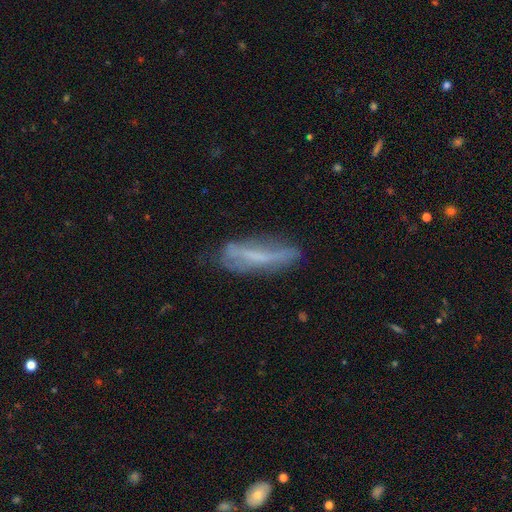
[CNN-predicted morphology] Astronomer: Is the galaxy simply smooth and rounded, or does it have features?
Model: featured or disk — 47% (runner-up: smooth, 43%).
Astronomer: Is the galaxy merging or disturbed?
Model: none — 57%.